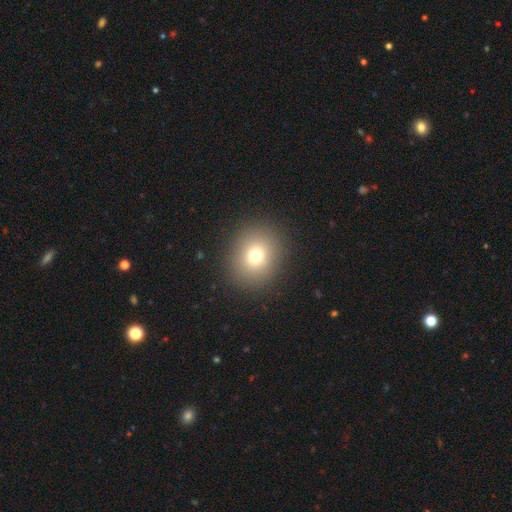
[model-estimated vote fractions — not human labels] Morphology: type=smooth (74%); roundness=round (74%); merging=none (89%).